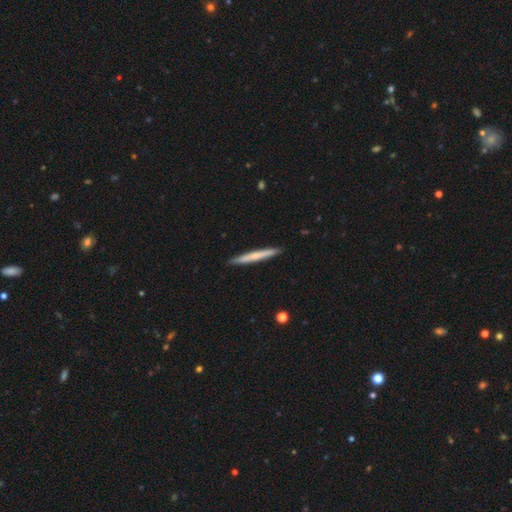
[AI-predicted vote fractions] This appears to be a smooth galaxy with no disk features (57%) that is cigar-shaped (97%). Merging: none (91%).